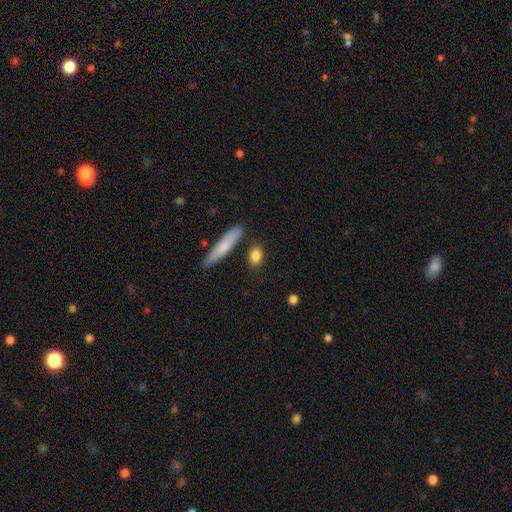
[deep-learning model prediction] Smooth or featured? smooth (83%)
How rounded? in between (65%)
Merging? none (81%)